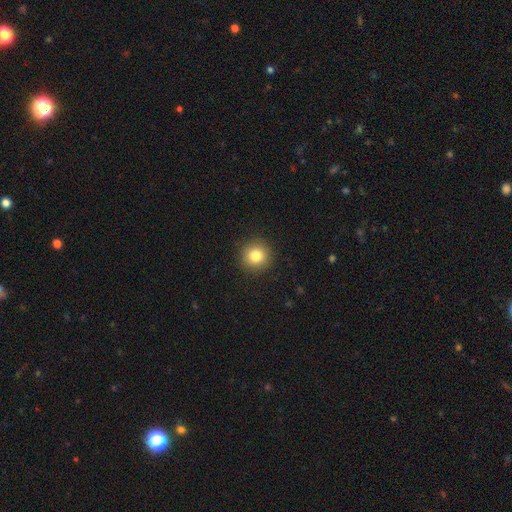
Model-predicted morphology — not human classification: Smooth or featured: smooth — 82% (star or artifact — 11%)
How rounded: round — 94% (in between — 5%)
Merging: none — 92% (minor disturbance — 5%)